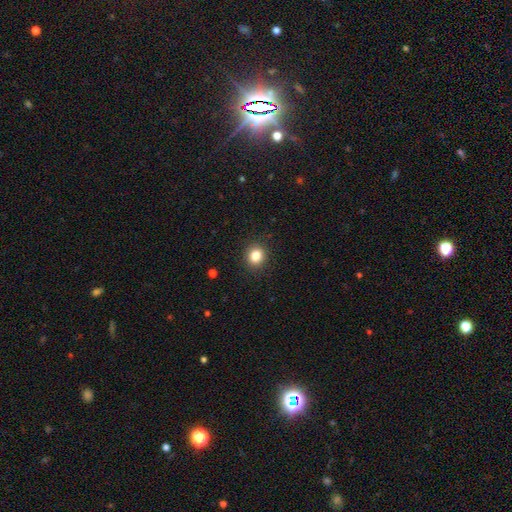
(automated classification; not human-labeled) Smooth or featured: smooth — 83% (star or artifact — 12%)
How rounded: round — 79% (in between — 20%)
Merging: none — 91% (minor disturbance — 6%)